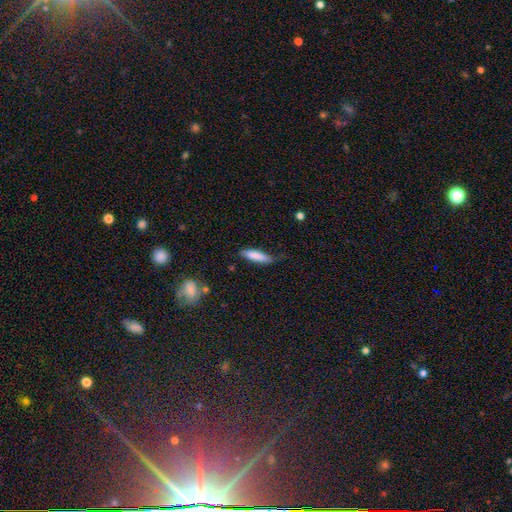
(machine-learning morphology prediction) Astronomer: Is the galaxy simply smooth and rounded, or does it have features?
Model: smooth — 80%.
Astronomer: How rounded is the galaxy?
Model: cigar-shaped — 72%.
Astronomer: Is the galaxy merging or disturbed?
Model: none — 73%.